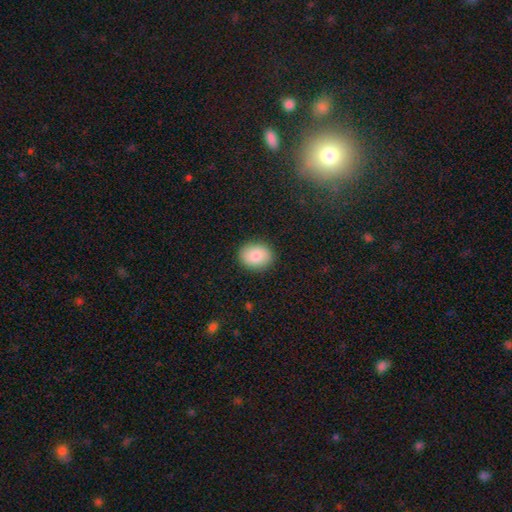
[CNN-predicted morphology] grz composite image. It shows a smooth galaxy with no disk features (86%) that is in between round and cigar-shaped (51%). Merging: none (89%).